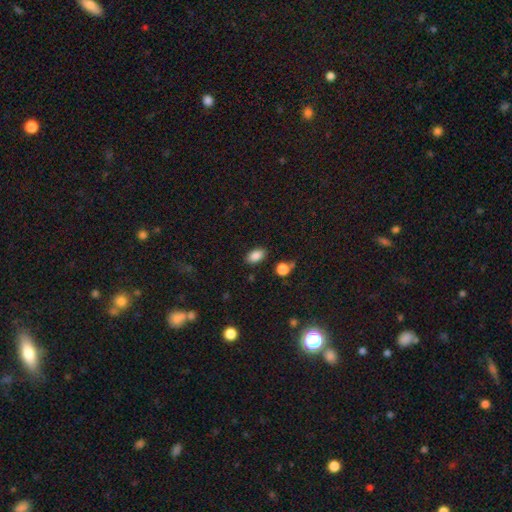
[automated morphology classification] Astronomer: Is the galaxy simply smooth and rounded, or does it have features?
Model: smooth — 86%.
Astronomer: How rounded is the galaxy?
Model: in between — 90%.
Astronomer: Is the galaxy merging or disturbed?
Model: none — 84%.